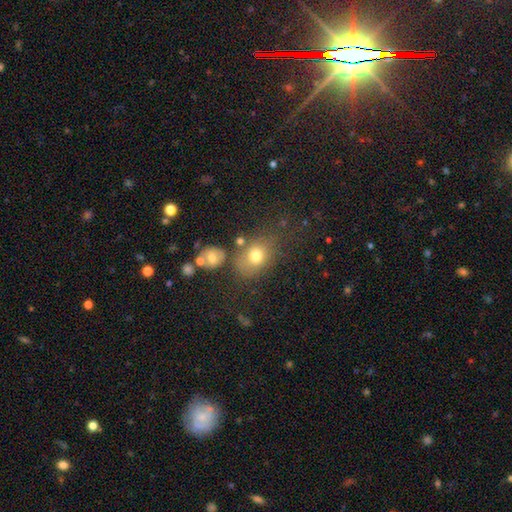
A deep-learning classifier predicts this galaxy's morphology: smooth-or-featured: smooth: 74% | star or artifact: 13% | featured or disk: 13%
  how-rounded: in between: 57% | round: 41% | cigar-shaped: 1%
  merging: none: 61% | minor disturbance: 18% | merger: 12% | major disturbance: 10%